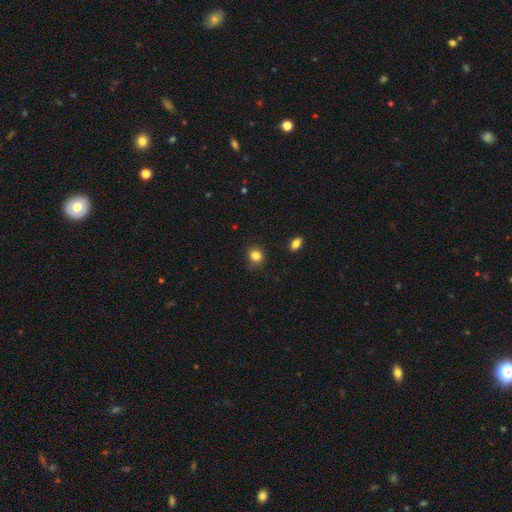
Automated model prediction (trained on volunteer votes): Overall: smooth (84%). How rounded: round (77%). Merging: none (83%).